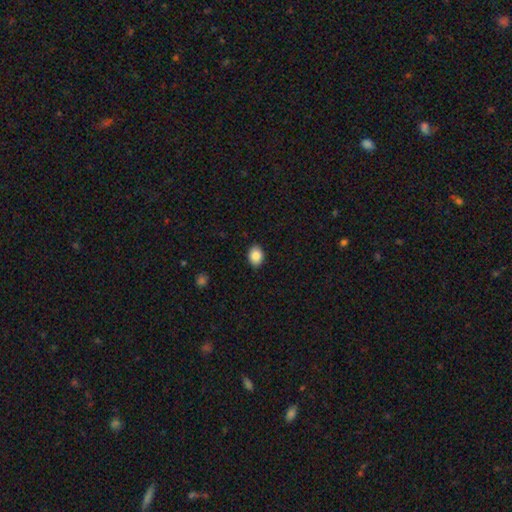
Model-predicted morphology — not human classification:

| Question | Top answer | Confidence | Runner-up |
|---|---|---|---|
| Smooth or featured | smooth | 88% | star or artifact (8%) |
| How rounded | in between | 72% | round (27%) |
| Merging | none | 88% | minor disturbance (9%) |